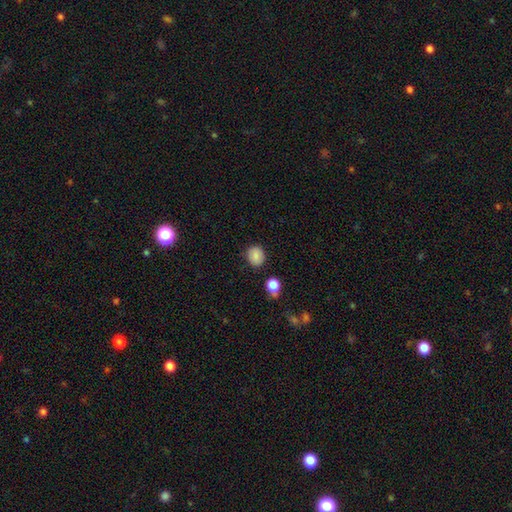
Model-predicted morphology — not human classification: Smooth or featured: smooth — 85% (star or artifact — 9%)
How rounded: round — 71% (in between — 28%)
Merging: none — 83% (minor disturbance — 11%)